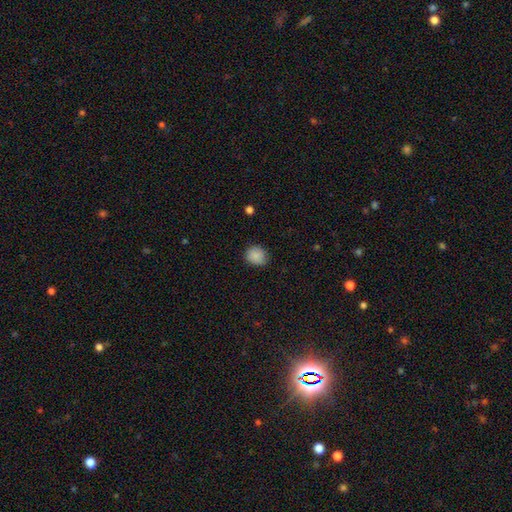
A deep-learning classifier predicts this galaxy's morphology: Smooth or featured: smooth — 87% (star or artifact — 8%)
How rounded: round — 75% (in between — 24%)
Merging: none — 81% (minor disturbance — 15%)